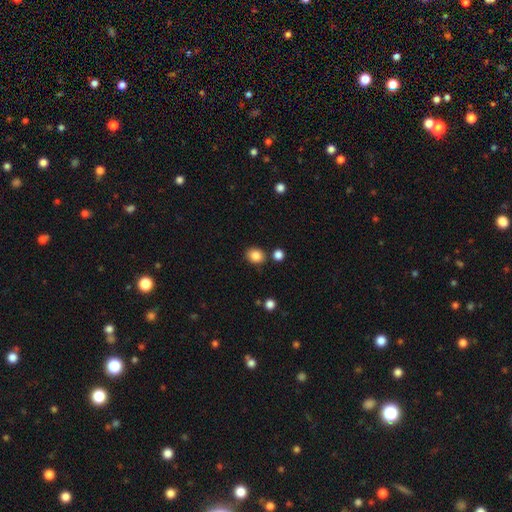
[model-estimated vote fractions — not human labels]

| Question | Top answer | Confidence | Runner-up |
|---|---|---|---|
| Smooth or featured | smooth | 86% | star or artifact (10%) |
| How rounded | round | 60% | in between (39%) |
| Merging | none | 81% | minor disturbance (10%) |